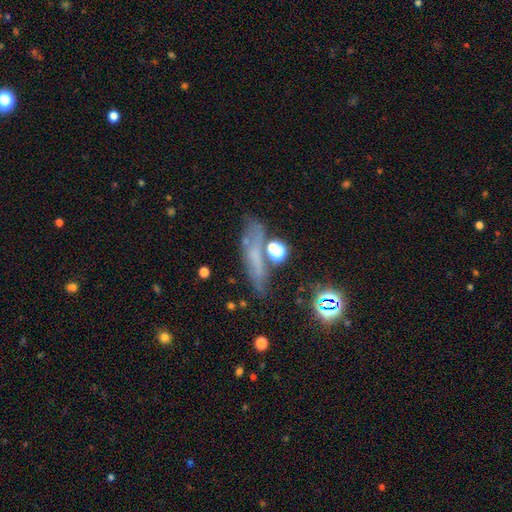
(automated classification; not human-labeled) Morphology: type=smooth (41%); merging=none (62%).